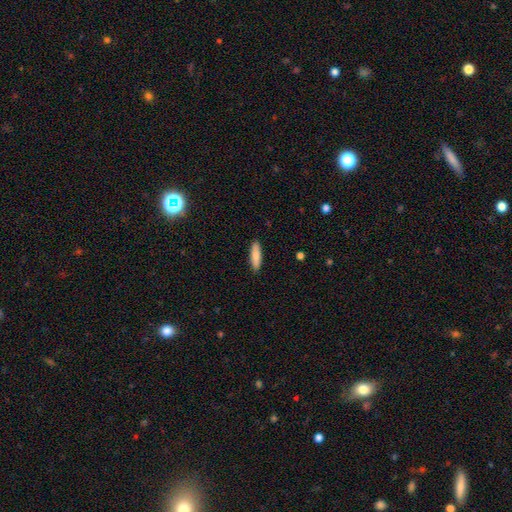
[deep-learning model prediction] Q: Smooth or featured?
A: smooth (83%); runner-up: featured or disk (11%)
Q: How rounded?
A: cigar-shaped (62%); runner-up: in between (37%)
Q: Merging?
A: none (90%); runner-up: minor disturbance (8%)